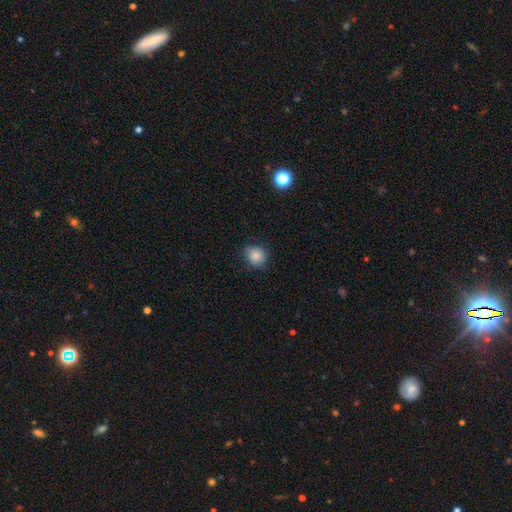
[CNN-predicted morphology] A smooth galaxy with no disk features (84%) that is round (79%).

Vote fractions:
- Smooth or featured? smooth: 84% / star or artifact: 10% / featured or disk: 6%
- How rounded? round: 79% / in between: 20% / cigar-shaped: 1%
- Merging? none: 79% / minor disturbance: 16% / major disturbance: 3% / merger: 1%